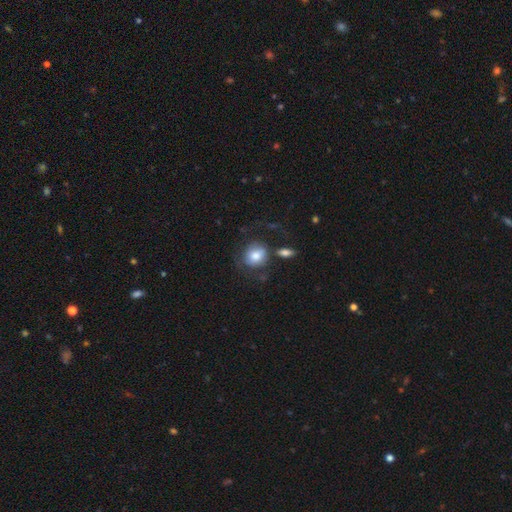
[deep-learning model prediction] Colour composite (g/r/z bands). It shows a smooth galaxy with no disk features (74%) that is round (73%). Merging: none (55%).